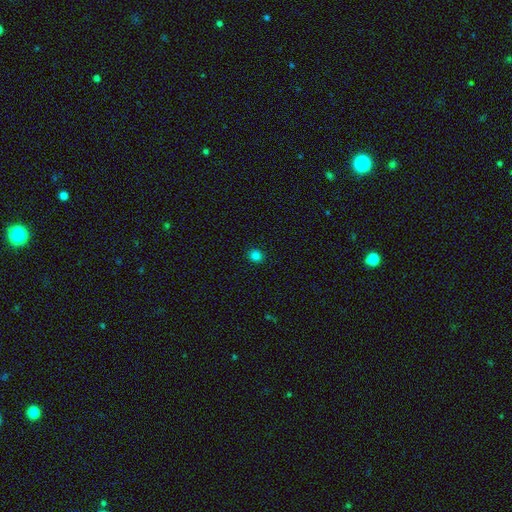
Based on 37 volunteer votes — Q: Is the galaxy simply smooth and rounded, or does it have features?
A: smooth — 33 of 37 (89%).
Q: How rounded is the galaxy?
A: round — 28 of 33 (85%).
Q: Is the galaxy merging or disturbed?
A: none — 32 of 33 (97%).